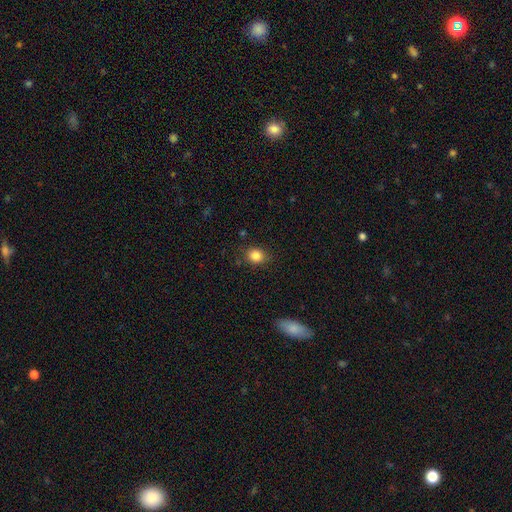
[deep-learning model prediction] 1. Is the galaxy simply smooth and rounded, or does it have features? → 85% smooth, 10% star or artifact, 5% featured or disk.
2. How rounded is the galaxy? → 71% round, 28% in between, 1% cigar-shaped.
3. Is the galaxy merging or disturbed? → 83% none, 12% minor disturbance, 3% major disturbance, 2% merger.